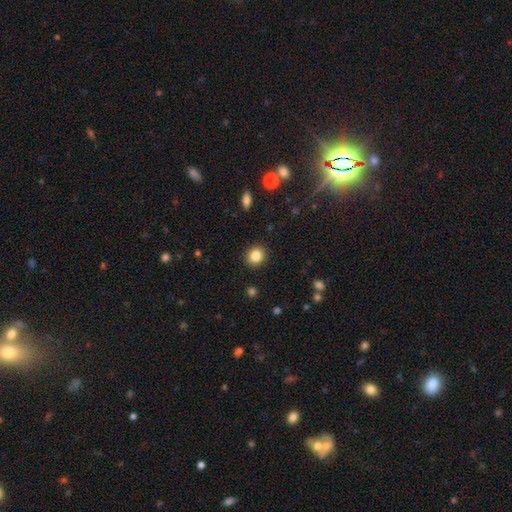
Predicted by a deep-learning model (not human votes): A smooth galaxy with no disk features (85%) that is round (82%).

Vote fractions:
- Smooth or featured? smooth: 85% / star or artifact: 10% / featured or disk: 5%
- How rounded? round: 82% / in between: 17% / cigar-shaped: 1%
- Merging? none: 91% / minor disturbance: 6% / major disturbance: 2% / merger: 1%